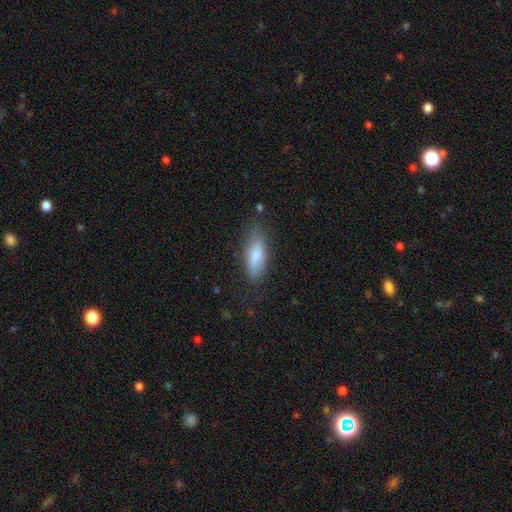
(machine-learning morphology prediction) The model was most divided on "how rounded": in between: 64%, cigar-shaped: 34%, round: 2%. More confident: smooth or featured — smooth (80%); merging — none (72%).